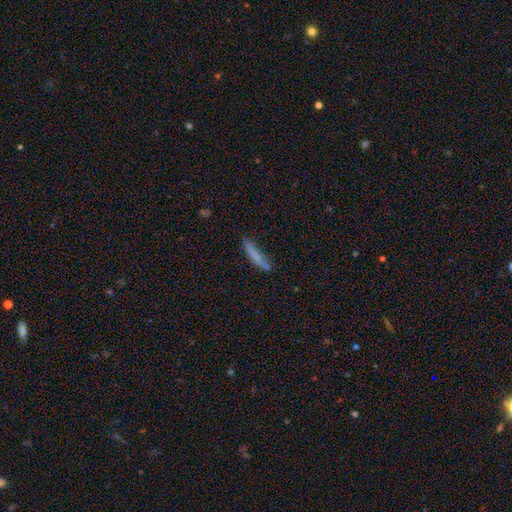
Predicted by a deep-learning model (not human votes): A smooth galaxy with no disk features (75%) that is cigar-shaped (91%).

Vote fractions:
- Smooth or featured? smooth: 75% / featured or disk: 17% / star or artifact: 8%
- How rounded? cigar-shaped: 91% / in between: 8% / round: 1%
- Merging? none: 71% / minor disturbance: 19% / merger: 5% / major disturbance: 5%